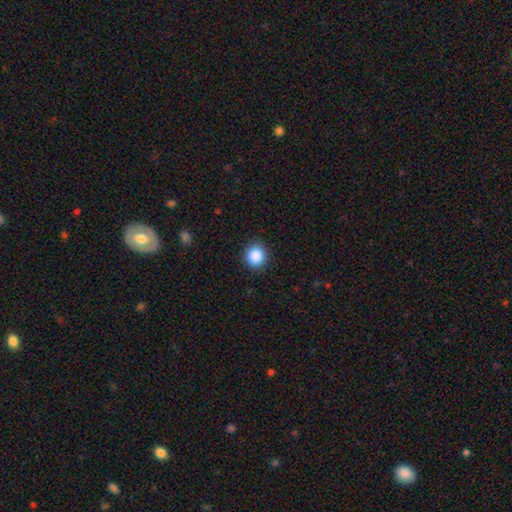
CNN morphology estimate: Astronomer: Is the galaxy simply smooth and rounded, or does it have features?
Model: smooth — 88%.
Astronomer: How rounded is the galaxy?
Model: round — 90%.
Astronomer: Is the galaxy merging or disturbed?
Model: none — 91%.